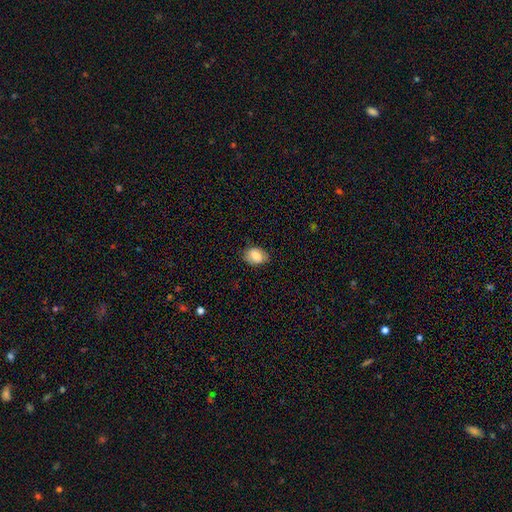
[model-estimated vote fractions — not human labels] Smooth or featured?
  - smooth: 72% *
  - featured or disk: 20%
  - star or artifact: 8%
How rounded?
  - in between: 79% *
  - round: 20%
  - cigar-shaped: 1%
Merging?
  - none: 79% *
  - minor disturbance: 17%
  - major disturbance: 4%
  - merger: 1%